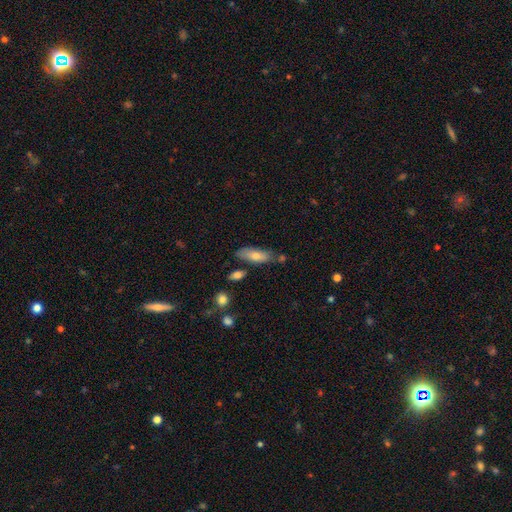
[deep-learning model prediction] Morphology: type=smooth (70%); roundness=in between (64%); merging=none (68%).